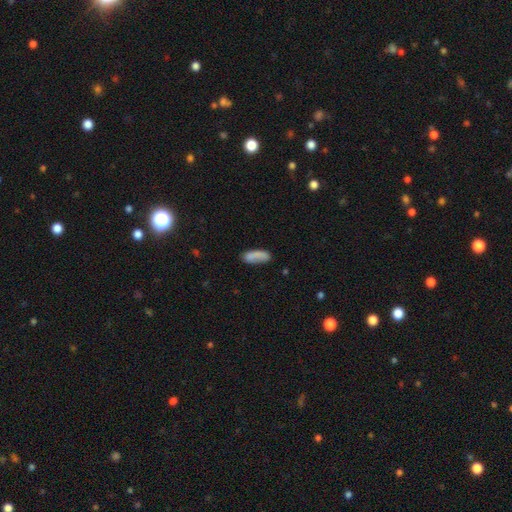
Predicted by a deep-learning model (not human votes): A smooth galaxy with no disk features (82%) that is in between round and cigar-shaped (68%).

Vote fractions:
- Smooth or featured? smooth: 82% / featured or disk: 10% / star or artifact: 7%
- How rounded? in between: 68% / cigar-shaped: 30% / round: 2%
- Merging? none: 67% / minor disturbance: 22% / major disturbance: 6% / merger: 5%